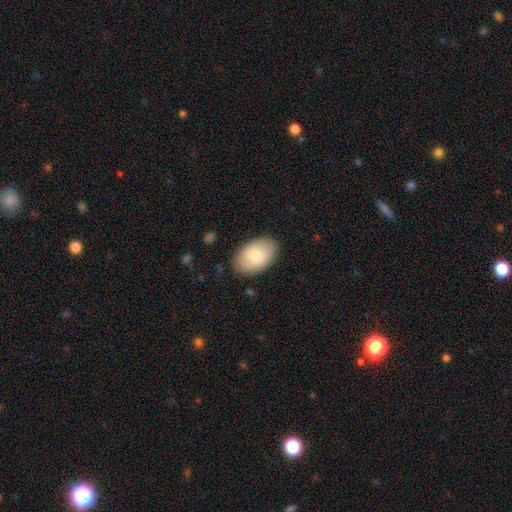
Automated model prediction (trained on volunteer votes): The model was most divided on "smooth or featured": smooth: 75%, featured or disk: 19%, star or artifact: 6%. More confident: how rounded — in between (91%); merging — none (85%).